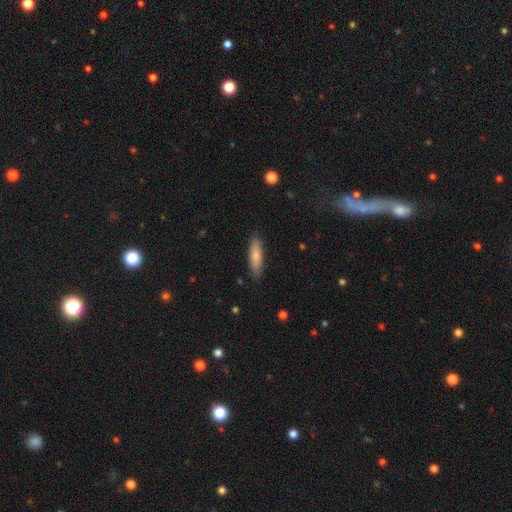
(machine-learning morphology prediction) type=smooth (79%); roundness=cigar-shaped (65%); merging=none (86%).